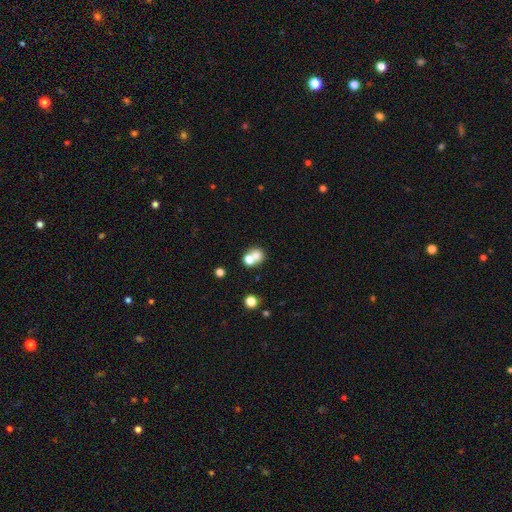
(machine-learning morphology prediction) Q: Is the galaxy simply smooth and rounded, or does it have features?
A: smooth — 71%.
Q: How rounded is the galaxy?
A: round — 77%.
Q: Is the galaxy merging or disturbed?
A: merger — 56%.